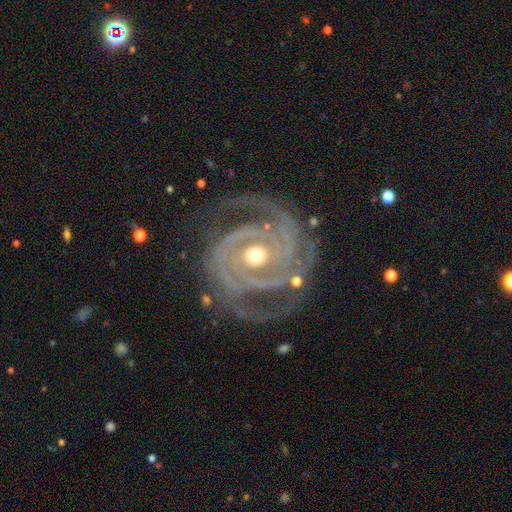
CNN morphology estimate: smooth_or_featured: featured or disk (p=0.93) [alt: star or artifact p=0.04]
disk_edge_on: no (p=0.98) [alt: yes p=0.02]
bar: no (p=0.74) [alt: weak p=0.16]
has_spiral_arms: yes (p=0.98) [alt: no p=0.02]
spiral_winding: tight (p=0.72) [alt: medium p=0.23]
spiral_arm_count: 2 (p=0.33) [alt: 3 p=0.23]
bulge_size: moderate (p=0.58) [alt: small p=0.34]
merging: none (p=0.69) [alt: minor disturbance p=0.16]